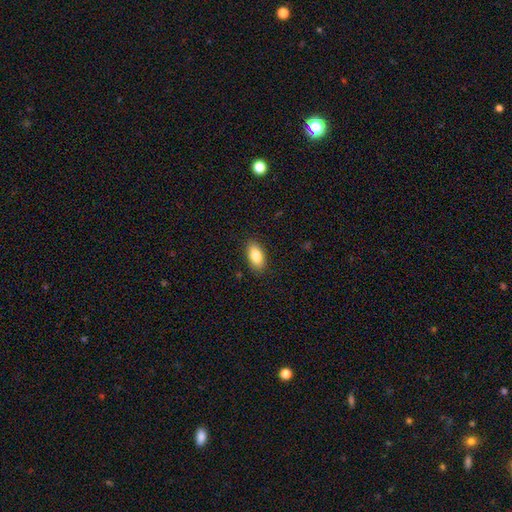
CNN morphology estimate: type=smooth (84%); roundness=in between (92%); merging=none (87%).